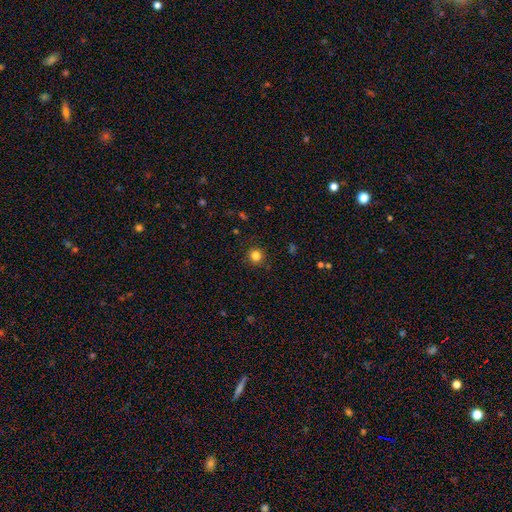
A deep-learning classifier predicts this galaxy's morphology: This is clearly a smooth galaxy (83%). How rounded: clearly round (95%). Merging: clearly none (91%).